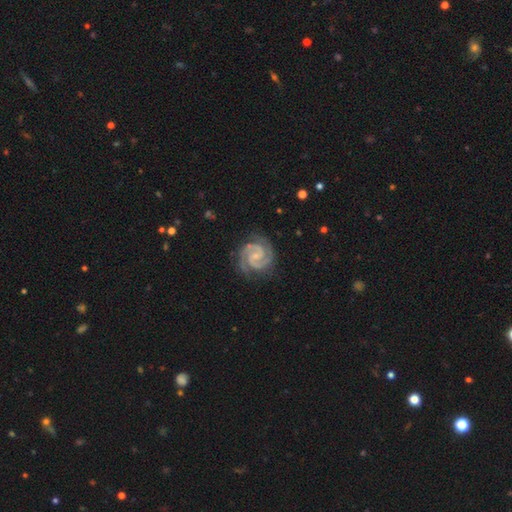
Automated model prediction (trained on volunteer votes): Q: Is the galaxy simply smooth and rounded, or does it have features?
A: featured or disk — 94%.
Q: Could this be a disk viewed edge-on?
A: no — 98%.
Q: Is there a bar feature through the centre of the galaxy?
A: no — 45%.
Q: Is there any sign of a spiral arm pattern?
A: yes — 99%.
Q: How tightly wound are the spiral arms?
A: tight — 62%.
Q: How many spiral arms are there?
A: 2 — 89%.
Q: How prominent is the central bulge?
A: small — 66%.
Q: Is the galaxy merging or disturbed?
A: none — 82%.